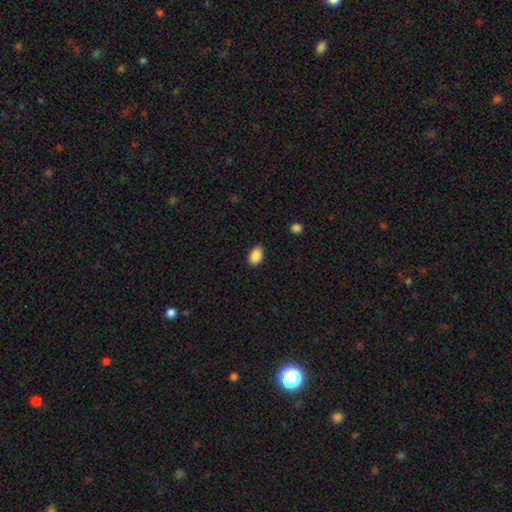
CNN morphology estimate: smooth_or_featured: smooth (p=0.89) [alt: star or artifact p=0.08]
how_rounded: in between (p=0.89) [alt: round p=0.10]
merging: none (p=0.87) [alt: minor disturbance p=0.10]